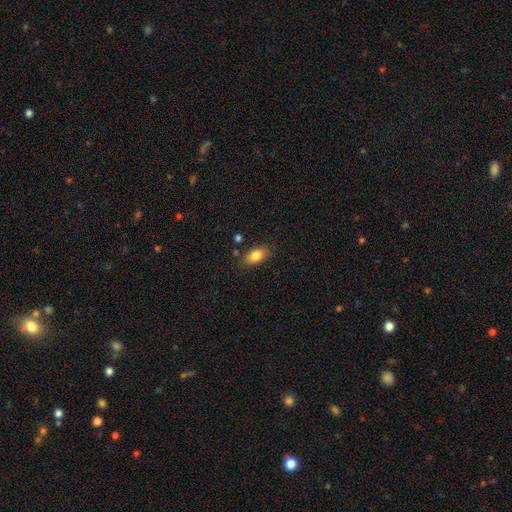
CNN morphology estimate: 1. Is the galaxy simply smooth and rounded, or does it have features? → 84% smooth, 8% featured or disk, 8% star or artifact.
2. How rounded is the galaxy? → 89% in between, 7% round, 4% cigar-shaped.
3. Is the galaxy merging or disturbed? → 82% none, 12% minor disturbance, 3% merger, 3% major disturbance.